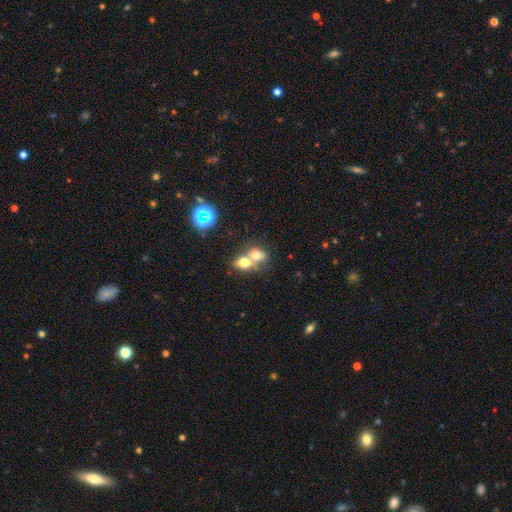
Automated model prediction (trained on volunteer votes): smooth 64%, featured or disk 21%, star or artifact 14%. Down the decision tree: how rounded — round (50%); merging — merger (70%).